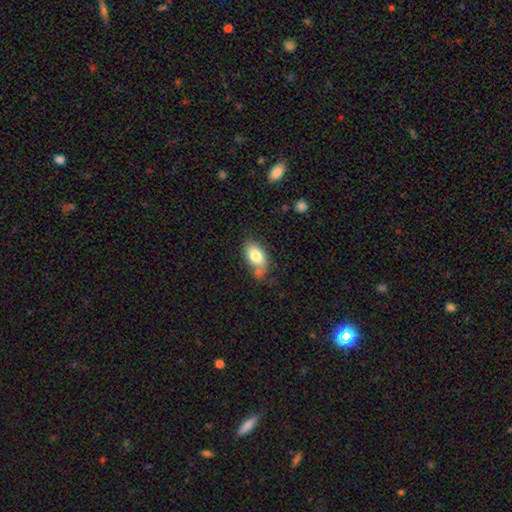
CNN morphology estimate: smooth 79%, featured or disk 13%, star or artifact 7%. Down the decision tree: how rounded — in between (90%); merging — none (53%).